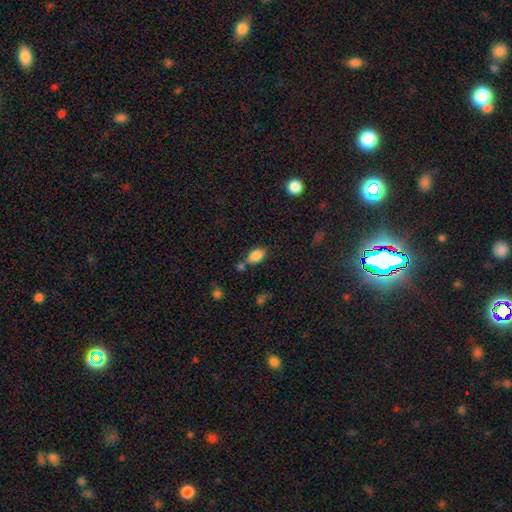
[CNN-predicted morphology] Smooth or featured?
  - smooth: 86% *
  - star or artifact: 9%
  - featured or disk: 5%
How rounded?
  - in between: 91% *
  - round: 7%
  - cigar-shaped: 2%
Merging?
  - none: 64% *
  - minor disturbance: 16%
  - merger: 16%
  - major disturbance: 4%